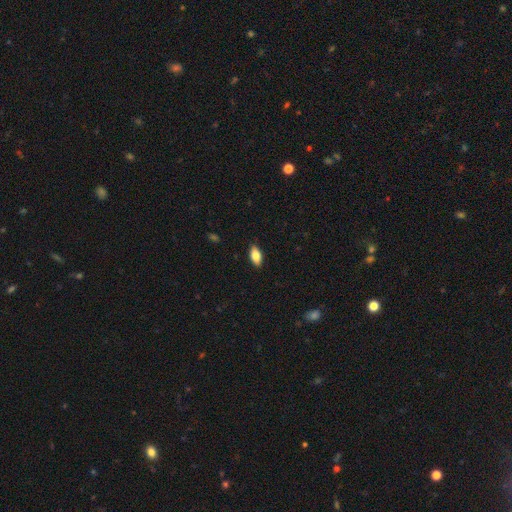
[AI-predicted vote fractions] A smooth galaxy with no disk features (82%) that is in between round and cigar-shaped (91%). Merging: none (89%).